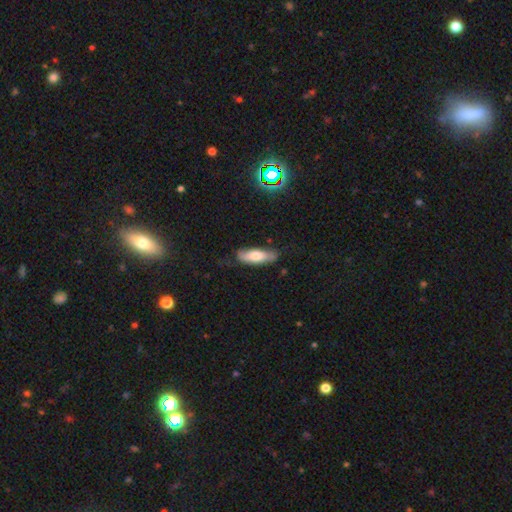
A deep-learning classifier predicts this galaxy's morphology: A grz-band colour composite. It shows a smooth galaxy with no disk features (63%) that is in between round and cigar-shaped (59%). Merging: none (68%).